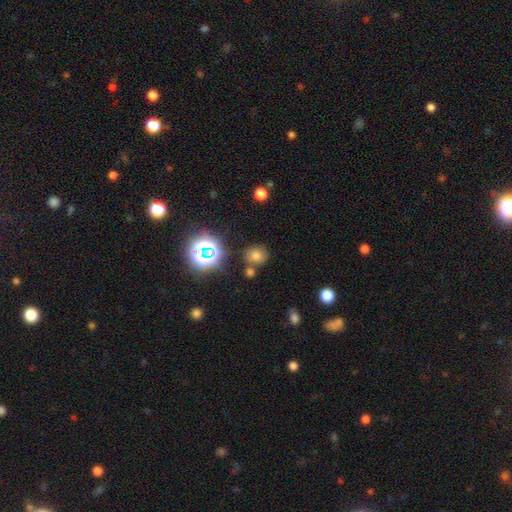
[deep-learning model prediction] Overall: smooth (66%; star or artifact 26%). How rounded: round (77%). Merging: none (72%).